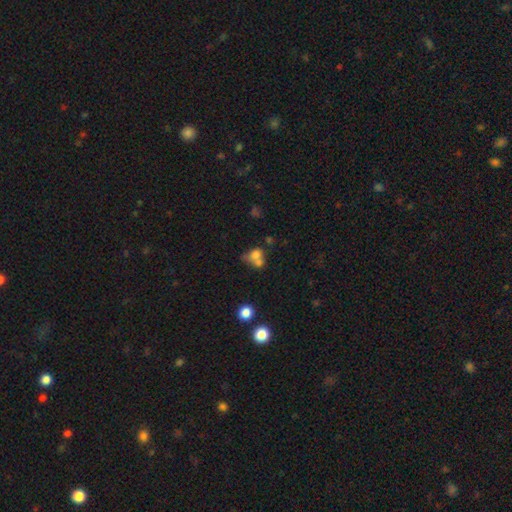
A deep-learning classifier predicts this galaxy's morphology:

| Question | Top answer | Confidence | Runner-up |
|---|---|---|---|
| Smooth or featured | smooth | 69% | featured or disk (18%) |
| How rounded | round | 60% | in between (39%) |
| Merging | merger | 58% | none (25%) |